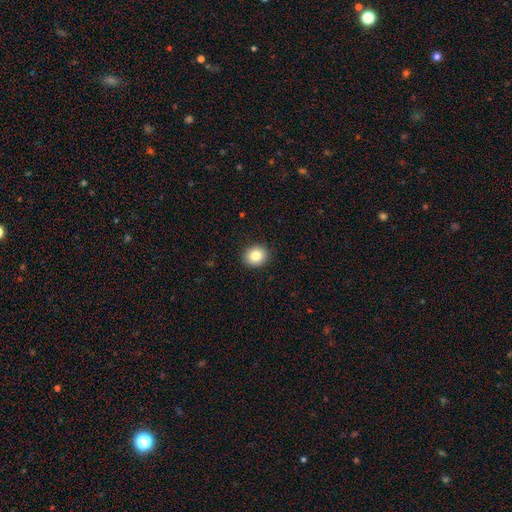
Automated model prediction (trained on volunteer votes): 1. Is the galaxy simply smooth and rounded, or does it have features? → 83% smooth, 10% star or artifact, 7% featured or disk.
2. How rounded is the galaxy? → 74% round, 25% in between, 1% cigar-shaped.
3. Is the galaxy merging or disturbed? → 91% none, 6% minor disturbance, 2% major disturbance, 1% merger.